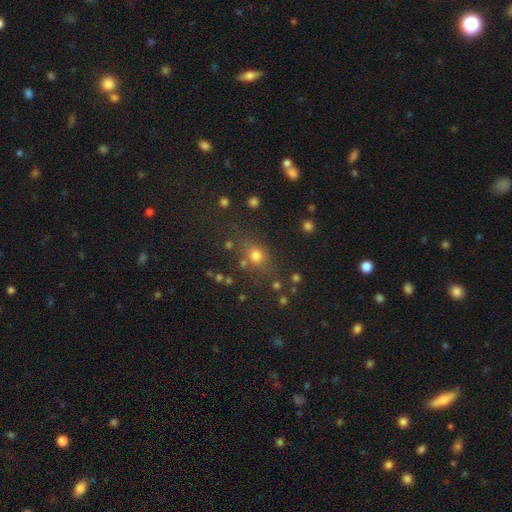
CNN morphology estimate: smooth 70%, star or artifact 20%, featured or disk 10%. Down the decision tree: how rounded — round (67%); merging — none (71%).